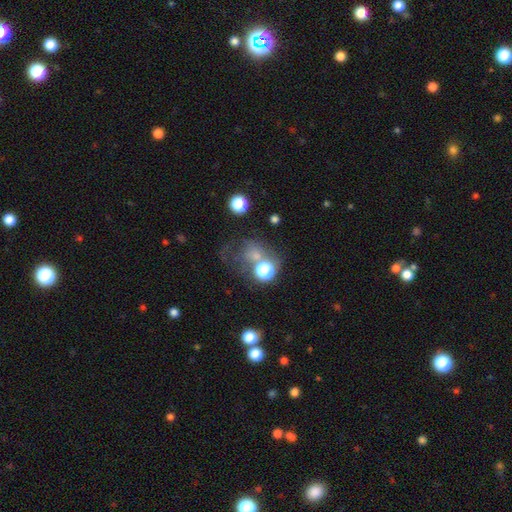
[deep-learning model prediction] smooth 45%, star or artifact 33%, featured or disk 22%. Down the decision tree: merging — none (45%).